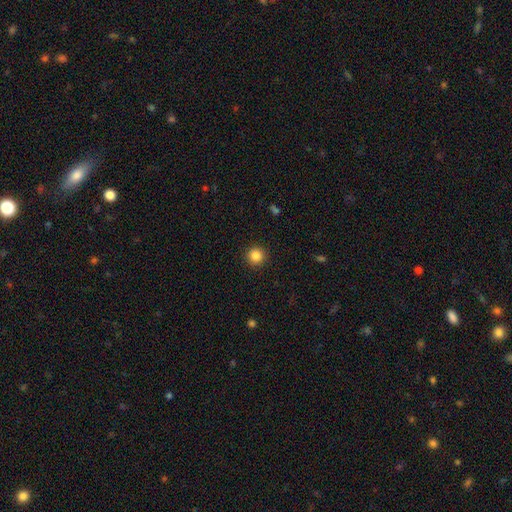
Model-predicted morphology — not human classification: This appears to be a smooth galaxy with no disk features (85%) that is round (96%). Merging: none (92%).